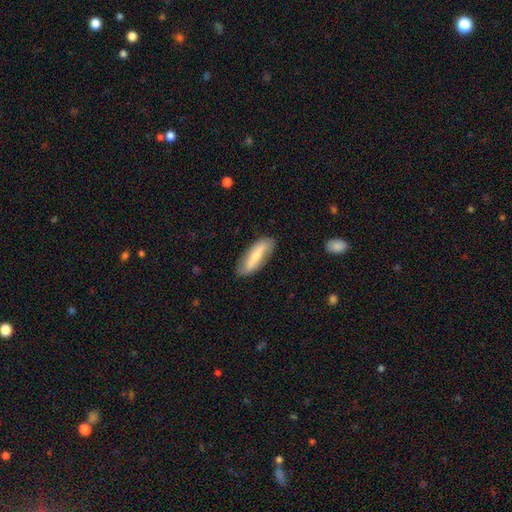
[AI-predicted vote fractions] Overall: smooth (57%; featured or disk 37%). How rounded: in between (50%; cigar-shaped 47%). Merging: none (81%).